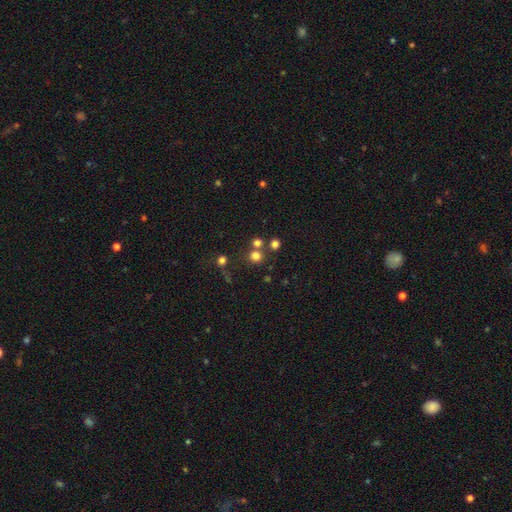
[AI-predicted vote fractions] Smooth or featured?
  - smooth: 74% *
  - star or artifact: 19%
  - featured or disk: 7%
How rounded?
  - round: 90% *
  - in between: 9%
  - cigar-shaped: 1%
Merging?
  - none: 67% *
  - merger: 22%
  - minor disturbance: 7%
  - major disturbance: 4%